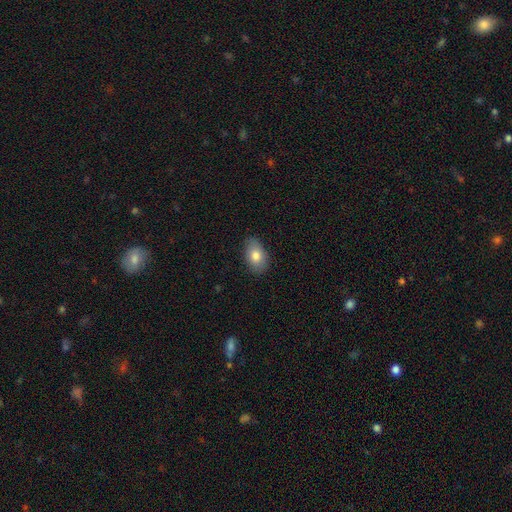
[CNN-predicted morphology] A smooth galaxy with no disk features (80%) that is in between round and cigar-shaped (89%). Merging: none (83%).